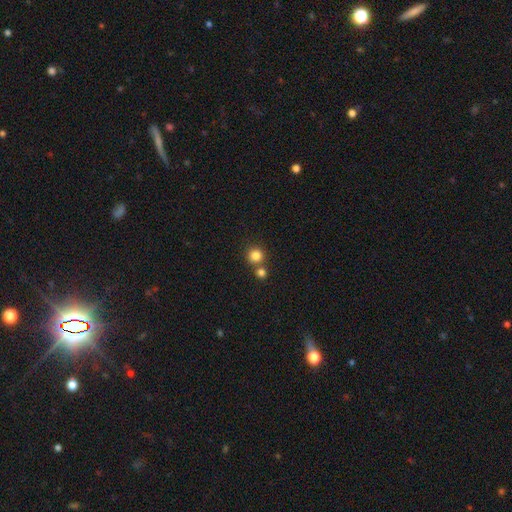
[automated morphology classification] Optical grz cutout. It shows a smooth galaxy with no disk features (83%) that is round (93%). Merging: none (68%).